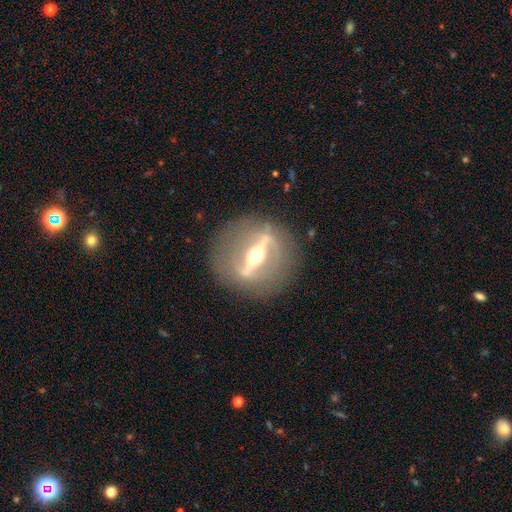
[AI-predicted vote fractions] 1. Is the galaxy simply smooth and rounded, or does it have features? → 83% featured or disk, 11% smooth, 6% star or artifact.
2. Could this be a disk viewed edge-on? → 57% no, 43% yes.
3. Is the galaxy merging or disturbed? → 82% none, 10% minor disturbance, 6% major disturbance, 1% merger.